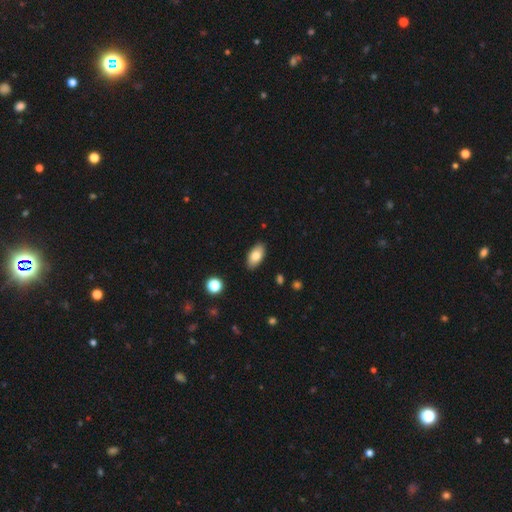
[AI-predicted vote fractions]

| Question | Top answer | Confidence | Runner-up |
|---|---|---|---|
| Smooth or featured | smooth | 80% | featured or disk (13%) |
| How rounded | in between | 92% | cigar-shaped (5%) |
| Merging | none | 88% | minor disturbance (9%) |